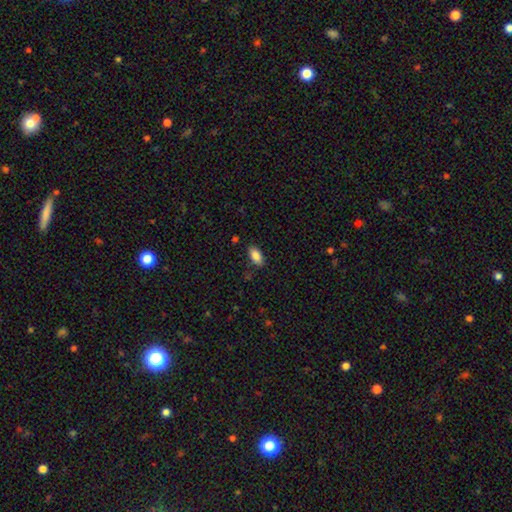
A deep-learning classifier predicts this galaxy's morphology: Smooth or featured?
  - smooth: 87% *
  - star or artifact: 8%
  - featured or disk: 6%
How rounded?
  - in between: 92% *
  - cigar-shaped: 6%
  - round: 3%
Merging?
  - none: 84% *
  - minor disturbance: 11%
  - major disturbance: 3%
  - merger: 2%